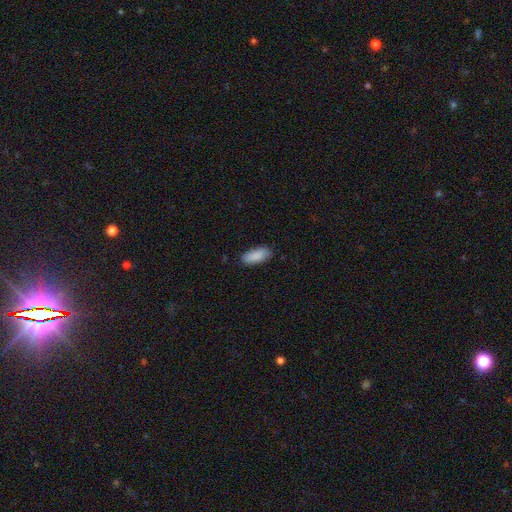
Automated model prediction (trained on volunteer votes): Smooth or featured: smooth — 90% (star or artifact — 6%)
How rounded: in between — 83% (cigar-shaped — 15%)
Merging: none — 84% (minor disturbance — 13%)